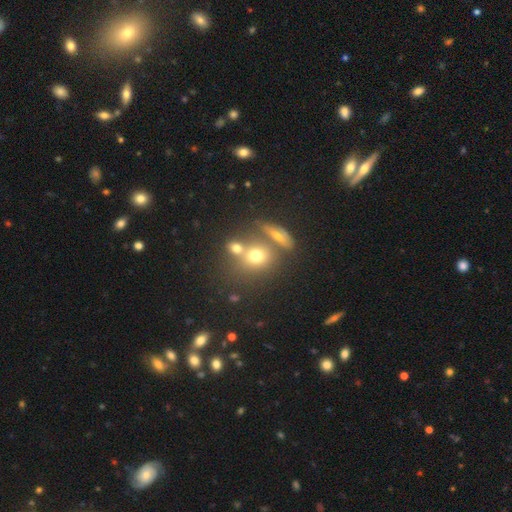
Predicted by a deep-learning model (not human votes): smooth 68%, featured or disk 18%, star or artifact 14%. Down the decision tree: how rounded — round (71%); merging — none (50%).